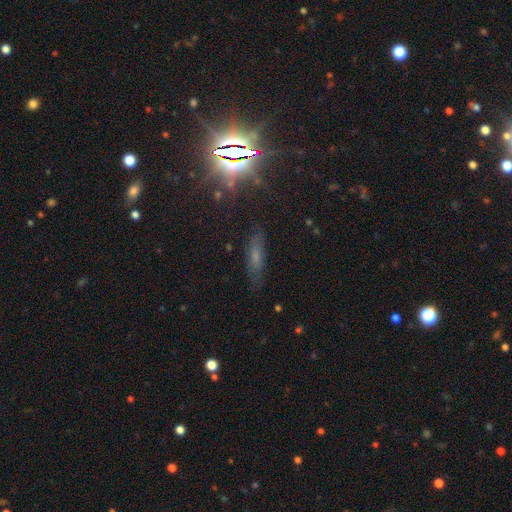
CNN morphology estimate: Smooth or featured?
  - smooth: 43% *
  - featured or disk: 29%
  - star or artifact: 28%
Merging?
  - none: 74% *
  - minor disturbance: 17%
  - major disturbance: 6%
  - merger: 2%